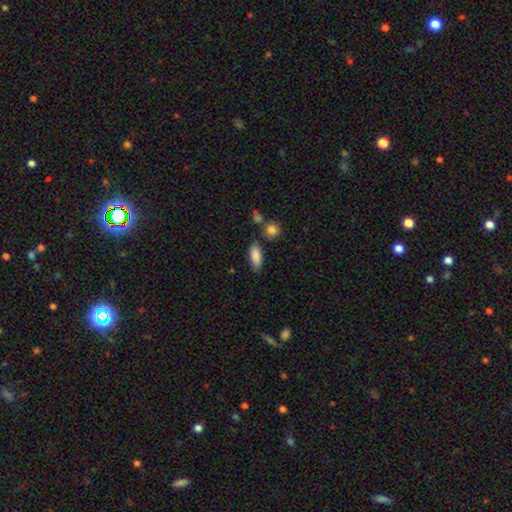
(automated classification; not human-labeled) Smooth or featured? Predicted: smooth (p=0.87). How rounded? Predicted: in between (p=0.82). Merging? Predicted: none (p=0.76).